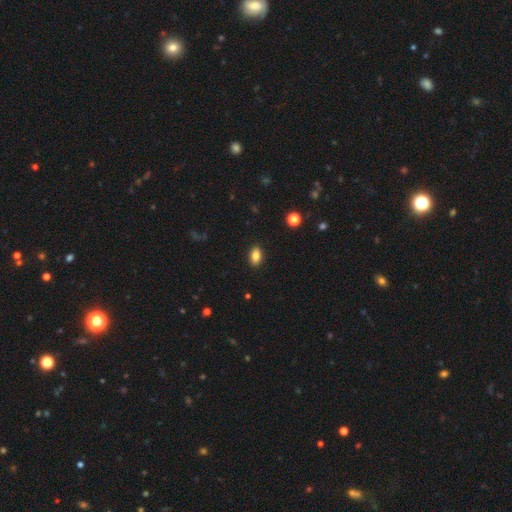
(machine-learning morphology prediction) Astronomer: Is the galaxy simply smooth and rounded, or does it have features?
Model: smooth — 84%.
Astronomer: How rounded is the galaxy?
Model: in between — 88%.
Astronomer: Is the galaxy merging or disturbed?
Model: none — 89%.